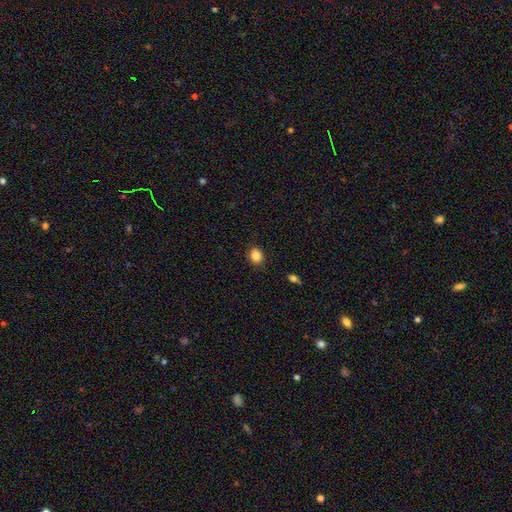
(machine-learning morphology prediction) smooth-or-featured: smooth: 85% | star or artifact: 10% | featured or disk: 5%
  how-rounded: round: 60% | in between: 39% | cigar-shaped: 1%
  merging: none: 88% | minor disturbance: 8% | major disturbance: 2% | merger: 1%